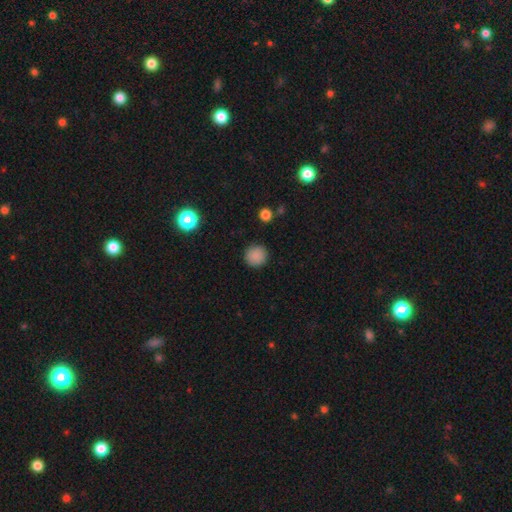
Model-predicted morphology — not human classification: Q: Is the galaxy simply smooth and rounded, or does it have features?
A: smooth — 86%.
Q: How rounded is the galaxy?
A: round — 94%.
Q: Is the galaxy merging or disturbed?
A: none — 90%.